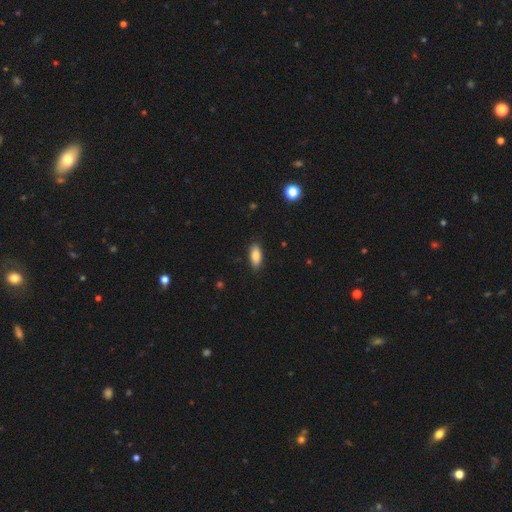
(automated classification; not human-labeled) smooth-or-featured: smooth: 85% | featured or disk: 8% | star or artifact: 7%
  how-rounded: in between: 84% | cigar-shaped: 13% | round: 2%
  merging: none: 84% | minor disturbance: 12% | major disturbance: 2% | merger: 1%